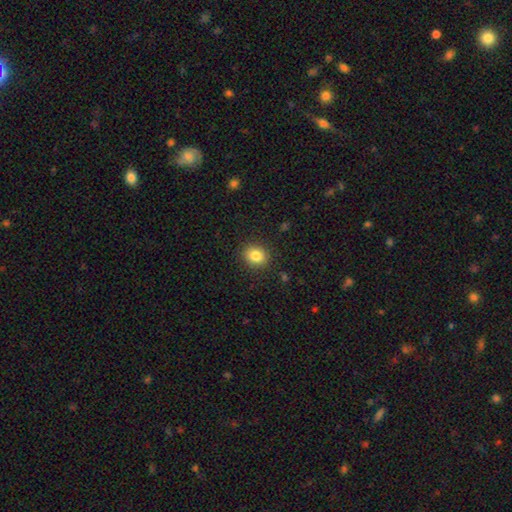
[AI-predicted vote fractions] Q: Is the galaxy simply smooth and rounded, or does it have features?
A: smooth — 84%.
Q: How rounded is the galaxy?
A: round — 72%.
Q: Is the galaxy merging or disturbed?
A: none — 89%.